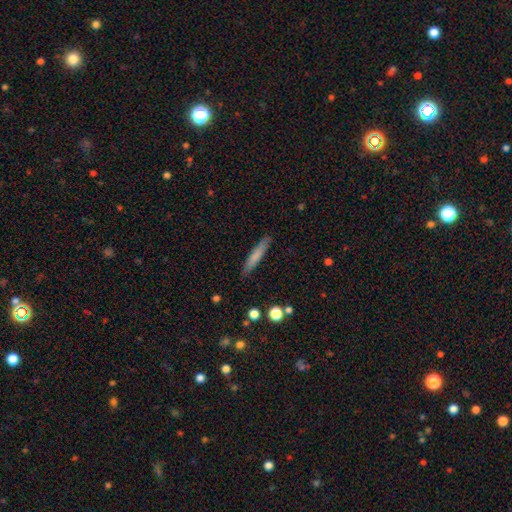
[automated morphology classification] A smooth galaxy with no disk features (73%) that is cigar-shaped (92%). Merging: none (88%).